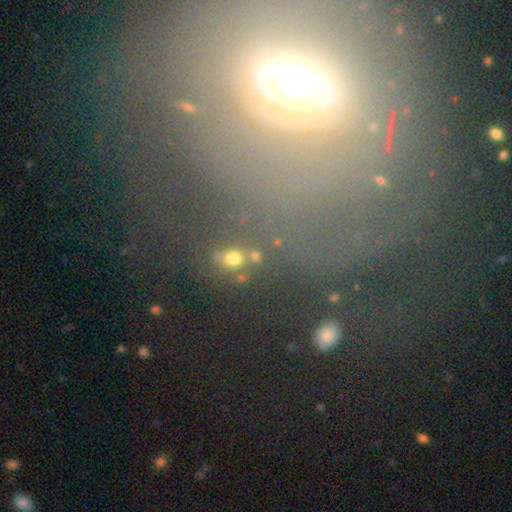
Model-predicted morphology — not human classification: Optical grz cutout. It shows a smooth galaxy with no disk features (45%). Merging: none (72%).